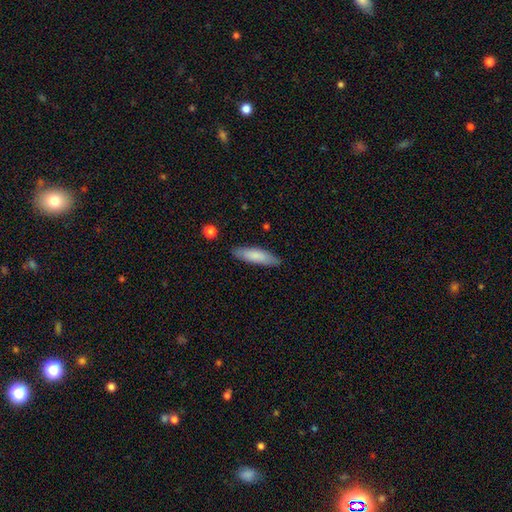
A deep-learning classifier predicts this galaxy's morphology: smooth 80%, featured or disk 15%, star or artifact 6%. Down the decision tree: how rounded — cigar-shaped (63%); merging — none (86%).